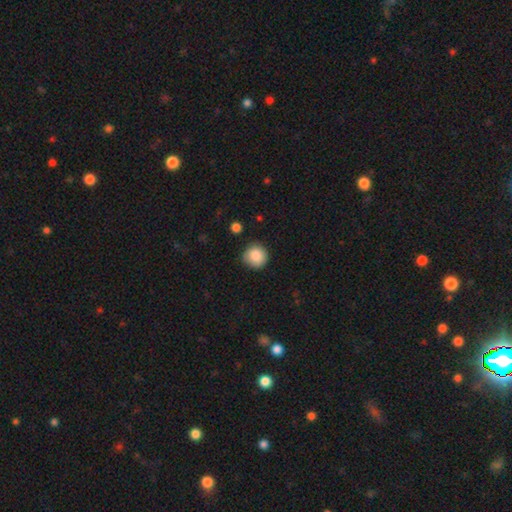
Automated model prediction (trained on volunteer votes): A smooth galaxy with no disk features (87%) that is round (94%). Merging: none (85%).